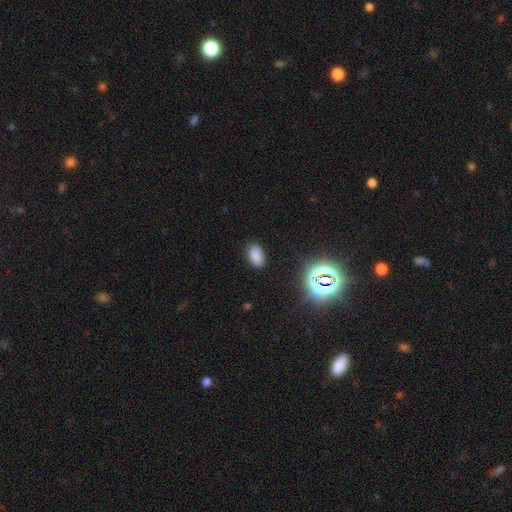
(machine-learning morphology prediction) Smooth or featured? smooth (80%)
How rounded? in between (93%)
Merging? none (84%)